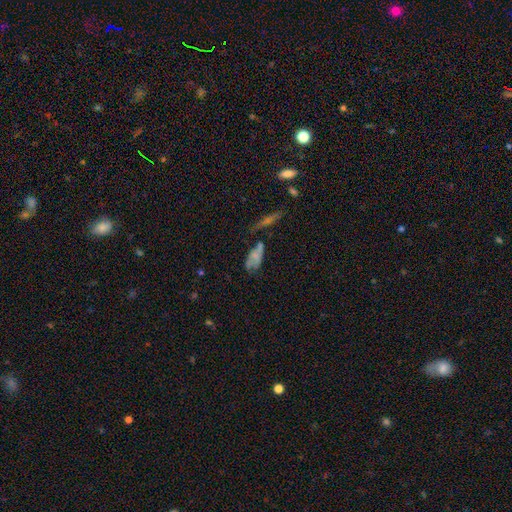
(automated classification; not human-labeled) Smooth or featured? Predicted: smooth (p=0.55). How rounded? Predicted: in between (p=0.84). Merging? Predicted: none (p=0.37).